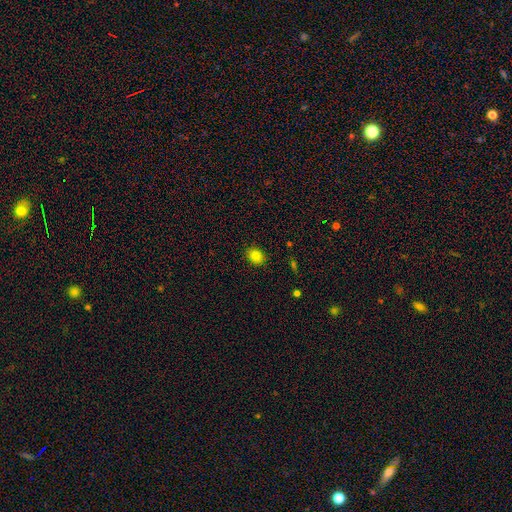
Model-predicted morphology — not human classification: Q: Smooth or featured?
A: smooth (82%); runner-up: star or artifact (12%)
Q: How rounded?
A: round (56%); runner-up: in between (43%)
Q: Merging?
A: none (89%); runner-up: minor disturbance (8%)